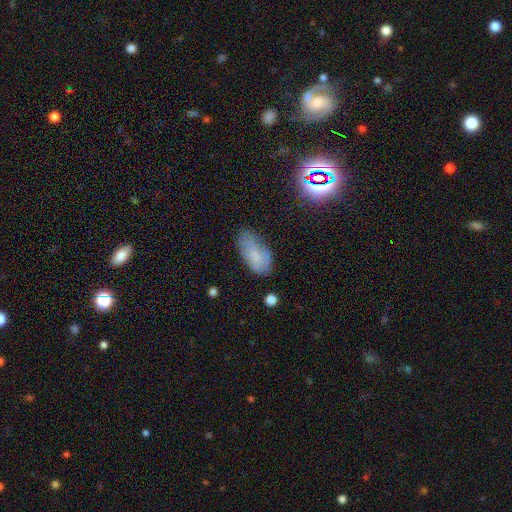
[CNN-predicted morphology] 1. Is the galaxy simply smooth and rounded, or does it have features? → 72% smooth, 18% featured or disk, 10% star or artifact.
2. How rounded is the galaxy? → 92% in between, 5% cigar-shaped, 3% round.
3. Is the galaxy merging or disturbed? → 59% none, 29% minor disturbance, 9% major disturbance, 3% merger.